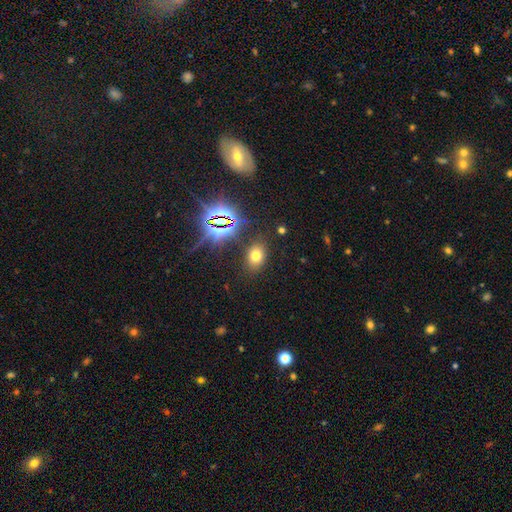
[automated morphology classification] Smooth or featured? smooth (64%)
How rounded? in between (74%)
Merging? none (84%)